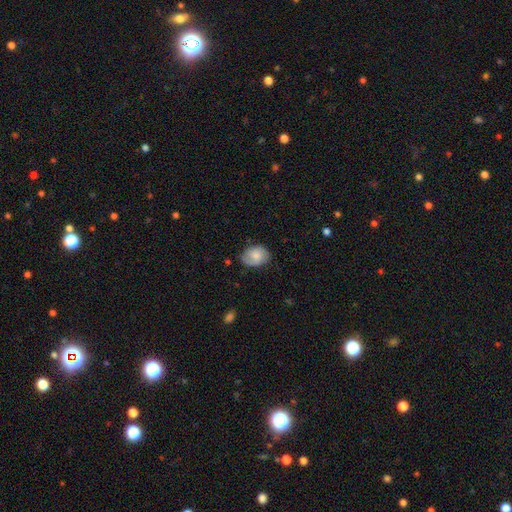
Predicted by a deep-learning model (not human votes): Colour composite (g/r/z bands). It shows a smooth galaxy with no disk features (66%) that is in between round and cigar-shaped (64%). Merging: none (66%).